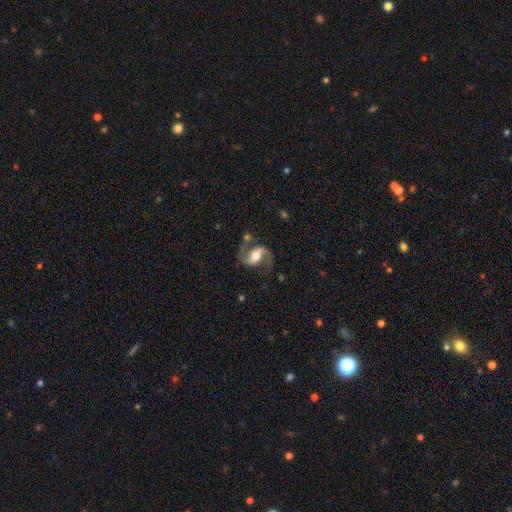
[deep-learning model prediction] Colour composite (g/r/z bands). It shows a featured or disk galaxy (82%) with a weak bar (38%), 2 (92%) loose (46%) spiral arms (95%) and a moderate central bulge (66%). Merging: none (69%).